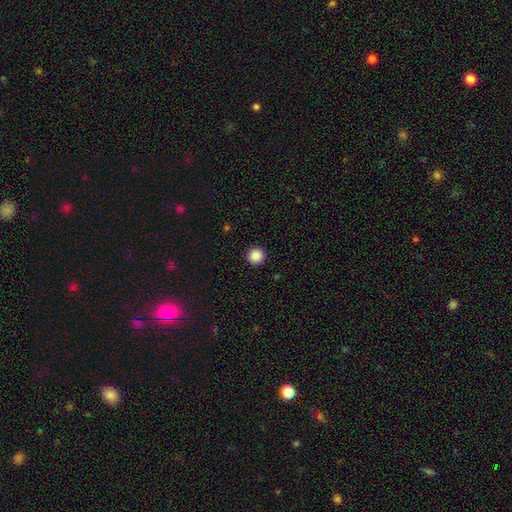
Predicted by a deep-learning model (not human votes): smooth 88%, star or artifact 10%, featured or disk 2%. Down the decision tree: how rounded — round (96%); merging — none (93%).